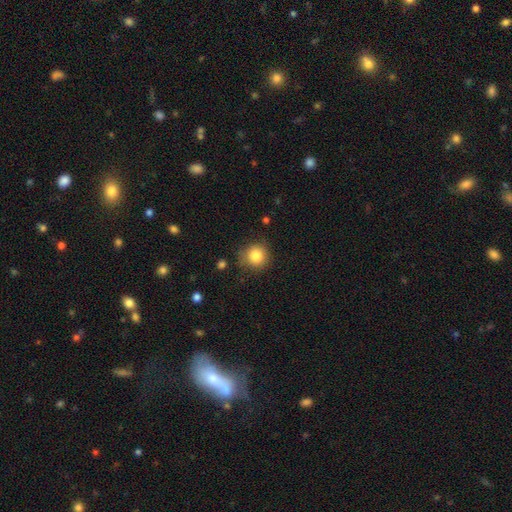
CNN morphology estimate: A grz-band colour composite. It shows a smooth galaxy with no disk features (83%) that is round (90%). Merging: none (81%).